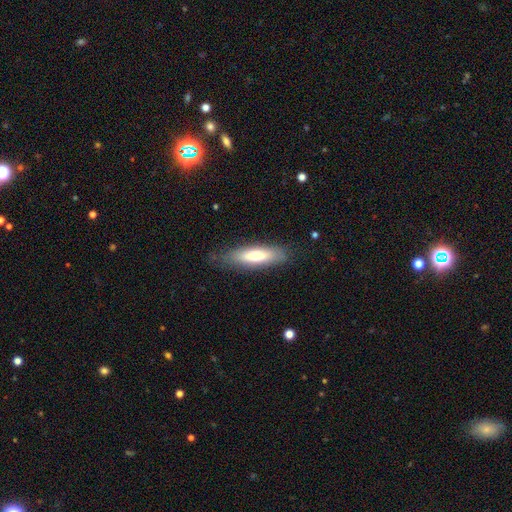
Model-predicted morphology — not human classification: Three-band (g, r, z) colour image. It shows a smooth galaxy with no disk features (66%) that is cigar-shaped (60%). Merging: none (80%).